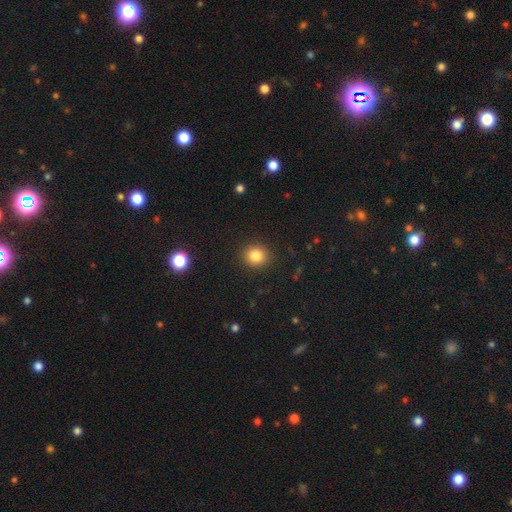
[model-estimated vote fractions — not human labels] A smooth galaxy with no disk features (83%) that is round (82%).

Vote fractions:
- Smooth or featured? smooth: 83% / star or artifact: 11% / featured or disk: 6%
- How rounded? round: 82% / in between: 17% / cigar-shaped: 1%
- Merging? none: 90% / minor disturbance: 6% / major disturbance: 2% / merger: 1%